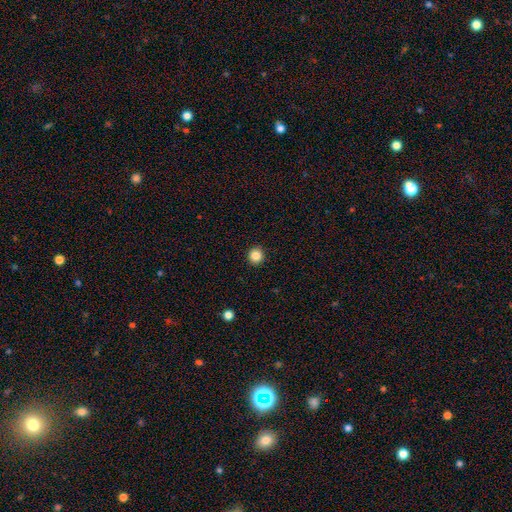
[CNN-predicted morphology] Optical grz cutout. It shows a smooth galaxy with no disk features (85%) that is round (92%). Merging: none (93%).